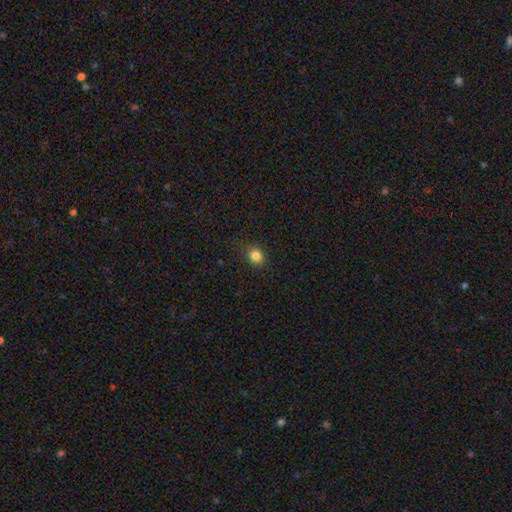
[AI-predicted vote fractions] Q: Smooth or featured?
A: smooth (84%); runner-up: star or artifact (11%)
Q: How rounded?
A: round (62%); runner-up: in between (37%)
Q: Merging?
A: none (85%); runner-up: minor disturbance (11%)